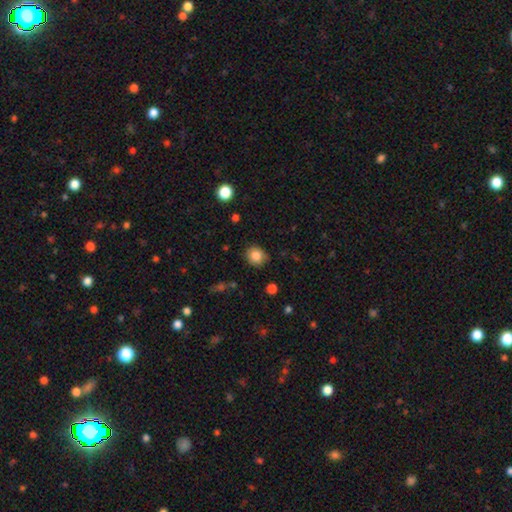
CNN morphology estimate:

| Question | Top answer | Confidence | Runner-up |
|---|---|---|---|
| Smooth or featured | smooth | 84% | star or artifact (10%) |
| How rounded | round | 80% | in between (19%) |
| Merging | none | 86% | minor disturbance (10%) |